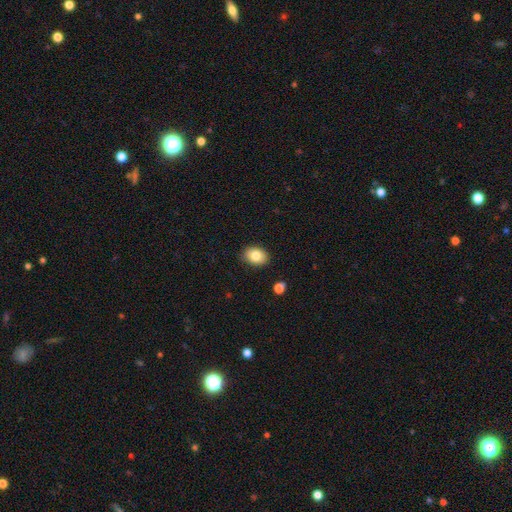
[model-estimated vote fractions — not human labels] This appears to be a smooth galaxy with no disk features (82%) that is in between round and cigar-shaped (71%). Merging: none (86%).